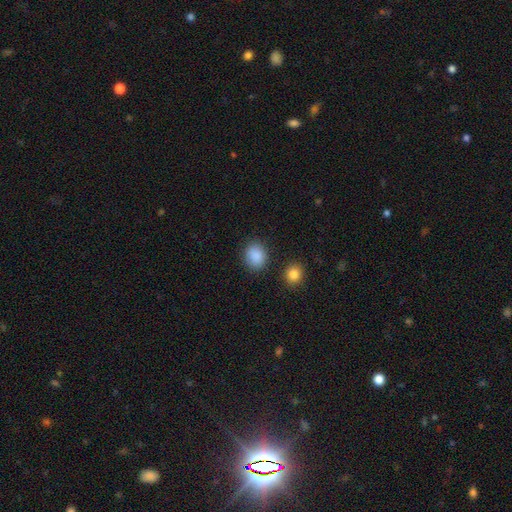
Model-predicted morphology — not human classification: This is clearly a smooth galaxy (89%). How rounded: possibly in between (51%). Merging: clearly none (83%).